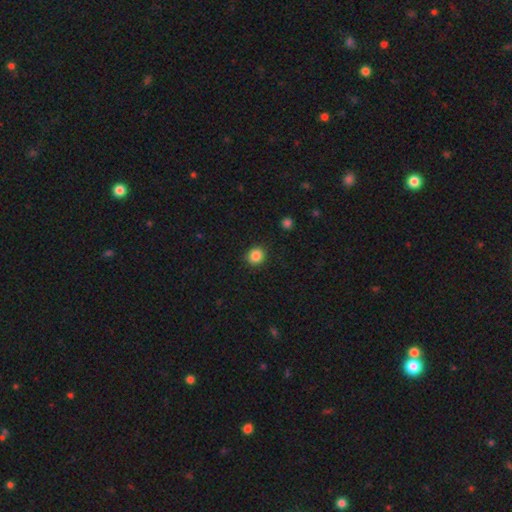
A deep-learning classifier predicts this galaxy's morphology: A smooth galaxy with no disk features (86%) that is round (84%). Merging: none (90%).